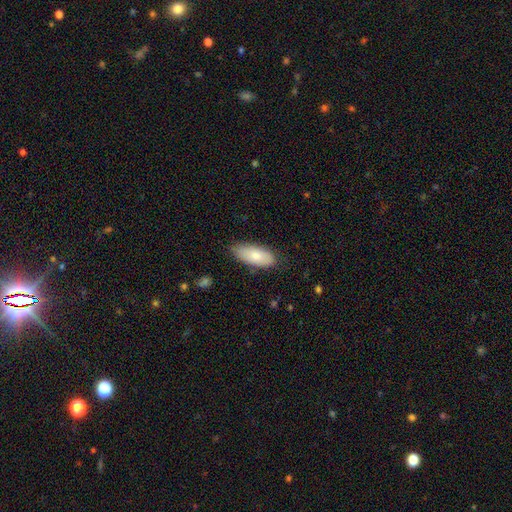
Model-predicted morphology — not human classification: A smooth galaxy with no disk features (81%) that is in between round and cigar-shaped (86%). Merging: none (75%).